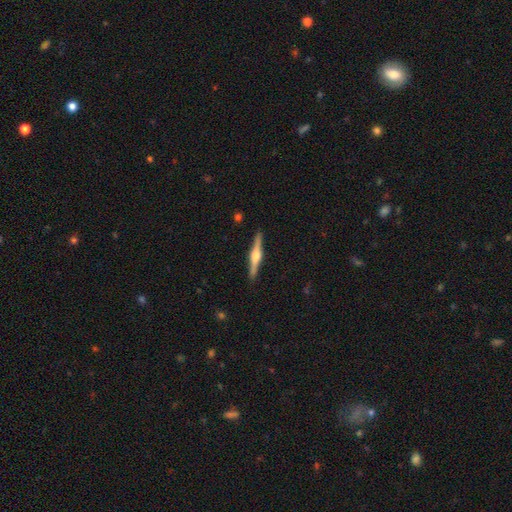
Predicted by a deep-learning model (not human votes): Overall: featured or disk (78%). Edge-on disk: yes (98%). Edge-on bulge: rounded (91%). Merging: none (91%).